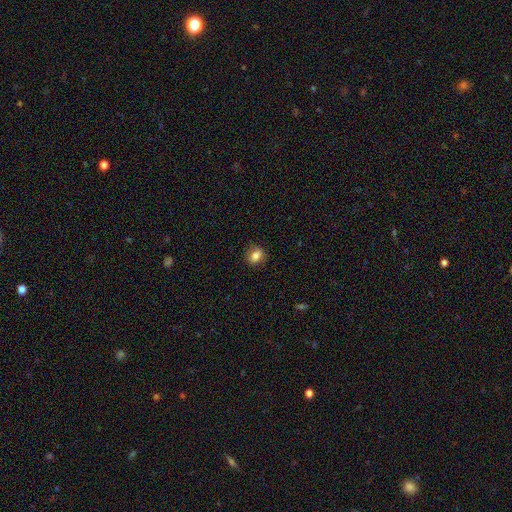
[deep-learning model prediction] Smooth or featured: smooth — 82% (star or artifact — 10%)
How rounded: in between — 50% (round — 48%)
Merging: none — 84% (minor disturbance — 12%)